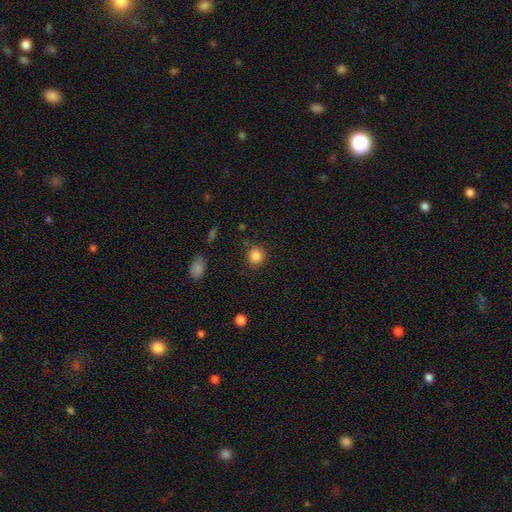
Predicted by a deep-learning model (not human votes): Q: Smooth or featured?
A: smooth (85%); runner-up: star or artifact (10%)
Q: How rounded?
A: round (90%); runner-up: in between (9%)
Q: Merging?
A: none (87%); runner-up: minor disturbance (8%)